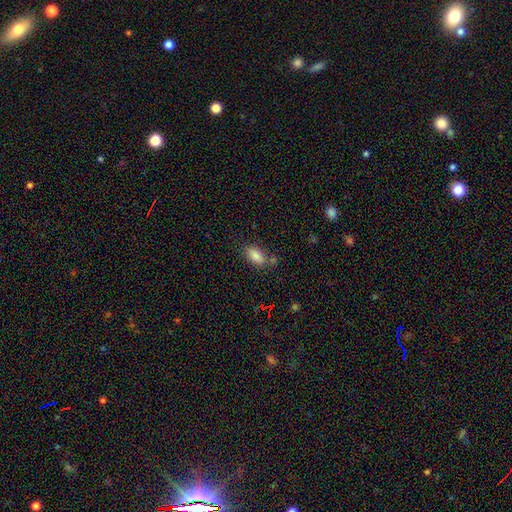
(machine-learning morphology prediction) This appears to be a smooth galaxy with no disk features (84%) that is in between round and cigar-shaped (90%). Merging: none (70%).